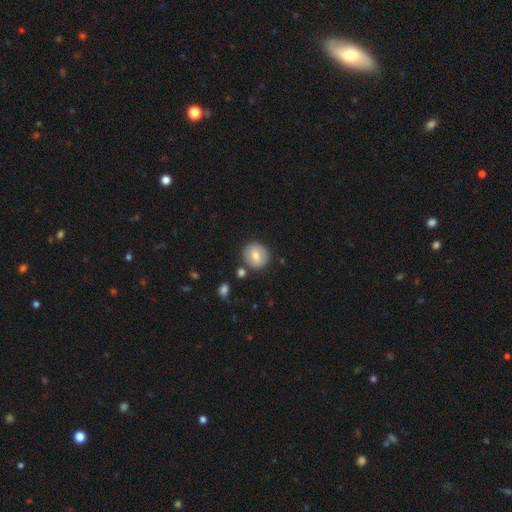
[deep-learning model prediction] Smooth or featured? smooth (71%)
How rounded? round (86%)
Merging? none (82%)